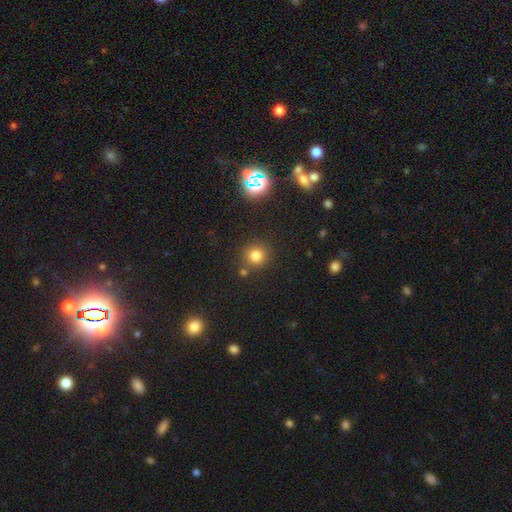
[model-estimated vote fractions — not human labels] Morphology: type=smooth (76%); roundness=round (92%); merging=none (79%).